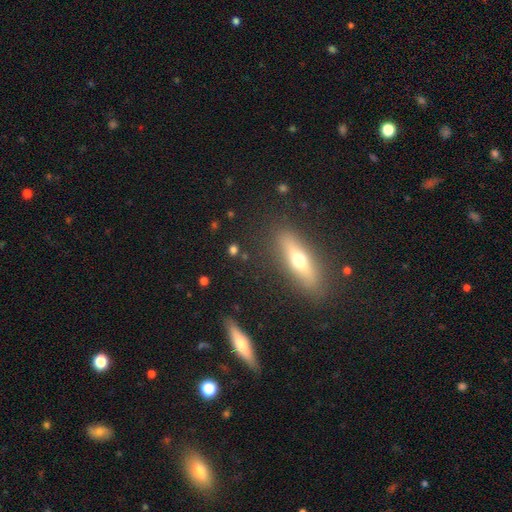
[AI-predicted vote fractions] A featured or disk galaxy (46%).

Vote fractions:
- Smooth or featured? featured or disk: 46% / smooth: 41% / star or artifact: 13%
- Merging? none: 84% / minor disturbance: 10% / major disturbance: 3% / merger: 3%